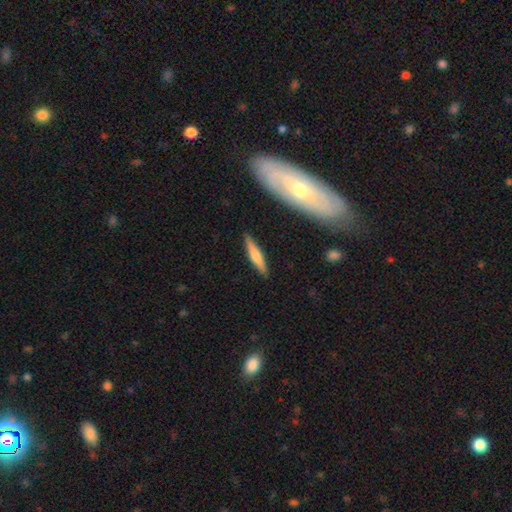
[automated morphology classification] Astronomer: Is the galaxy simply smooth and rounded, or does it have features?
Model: smooth — 57% (runner-up: featured or disk, 37%).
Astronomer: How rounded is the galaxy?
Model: cigar-shaped — 86%.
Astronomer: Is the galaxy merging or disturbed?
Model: none — 88%.